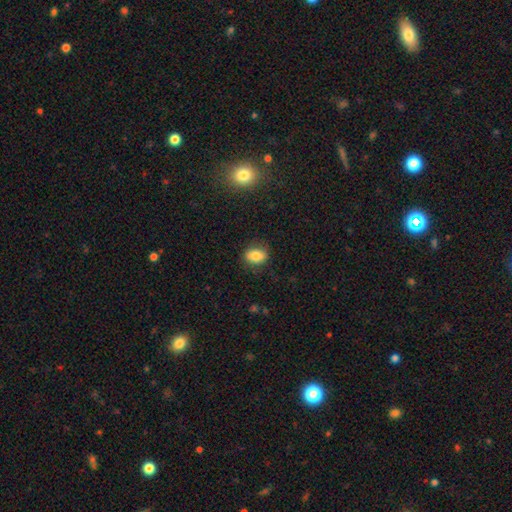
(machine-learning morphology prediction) Smooth or featured? smooth (80%)
How rounded? in between (70%)
Merging? none (81%)